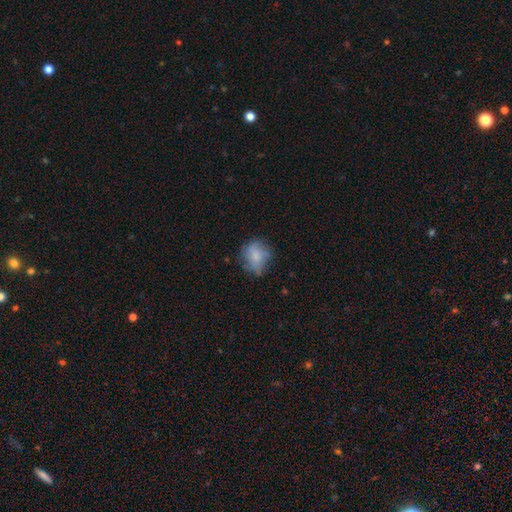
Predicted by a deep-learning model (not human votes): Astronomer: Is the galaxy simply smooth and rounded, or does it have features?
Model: smooth — 64%.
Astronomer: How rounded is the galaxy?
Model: round — 62%.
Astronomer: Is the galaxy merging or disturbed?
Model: none — 57%.